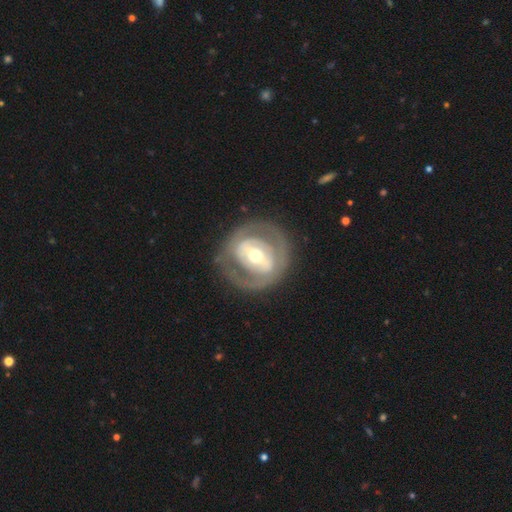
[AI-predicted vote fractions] This is likely a featured or disk galaxy (72%). It is clearly not viewed edge-on (94%). Bar: possibly strong (47%). Spiral arm pattern: likely no (63%). Central bulge: likely moderate (62%). Merging: likely none (77%).